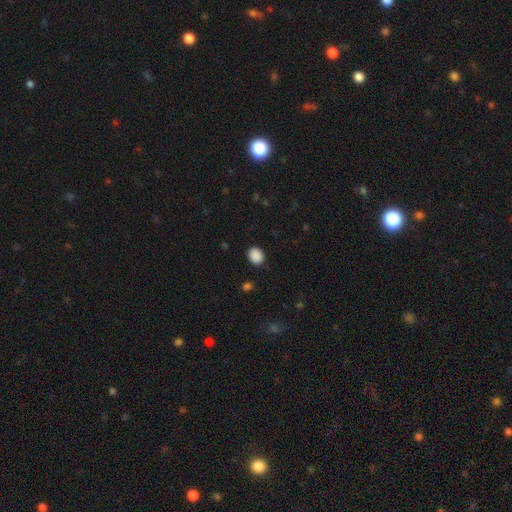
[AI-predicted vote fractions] This appears to be a smooth galaxy with no disk features (89%) that is round (51%). Merging: none (88%).